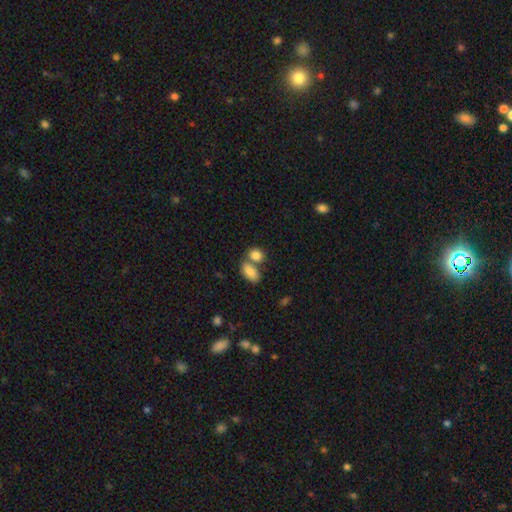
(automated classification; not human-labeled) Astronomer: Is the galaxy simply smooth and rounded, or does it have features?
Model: smooth — 85%.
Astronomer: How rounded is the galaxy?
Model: in between — 71%.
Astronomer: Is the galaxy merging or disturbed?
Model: merger — 48% (runner-up: none, 39%).